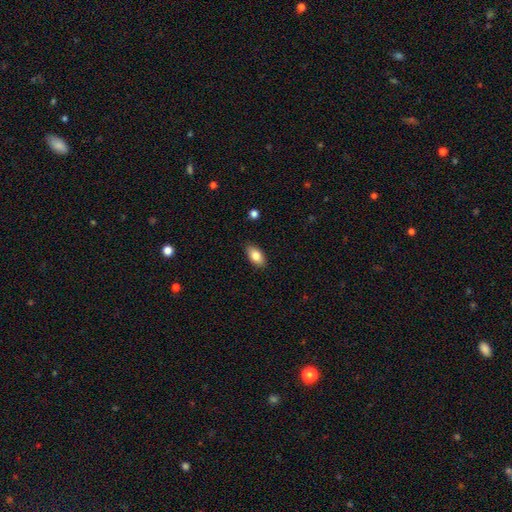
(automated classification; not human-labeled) Smooth or featured?
  - smooth: 83% *
  - featured or disk: 9%
  - star or artifact: 7%
How rounded?
  - in between: 92% *
  - round: 4%
  - cigar-shaped: 4%
Merging?
  - none: 87% *
  - minor disturbance: 10%
  - major disturbance: 2%
  - merger: 1%